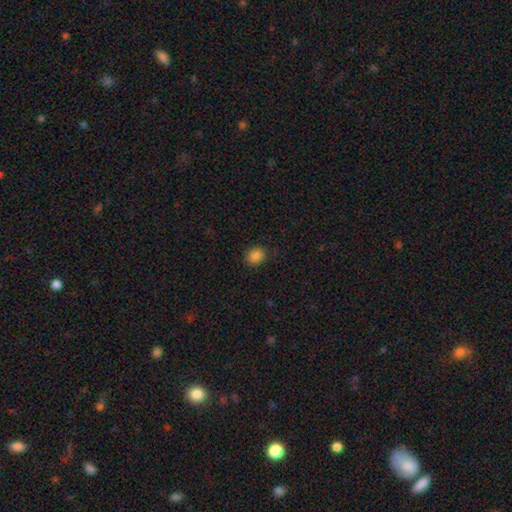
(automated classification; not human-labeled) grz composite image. It shows a smooth galaxy with no disk features (86%) that is round (60%). Merging: none (87%).